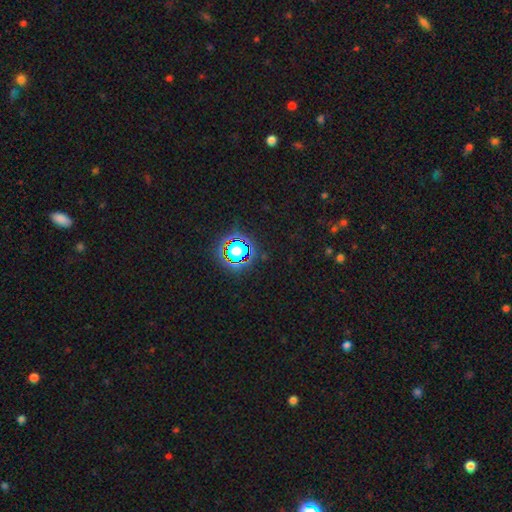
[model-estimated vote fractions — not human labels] smooth-or-featured: star or artifact: 81% | smooth: 12% | featured or disk: 7%